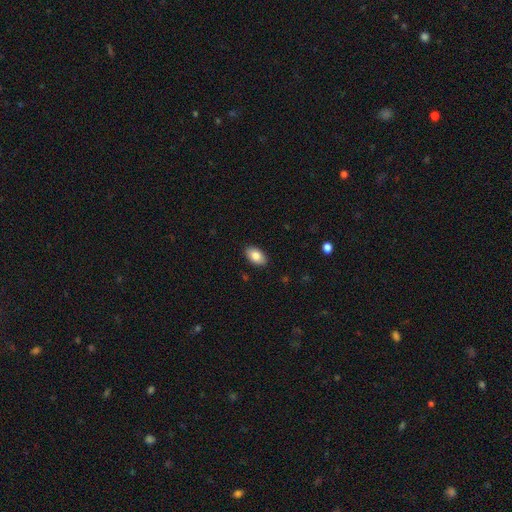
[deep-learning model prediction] Smooth or featured? Predicted: smooth (p=0.84). How rounded? Predicted: in between (p=0.93). Merging? Predicted: none (p=0.89).